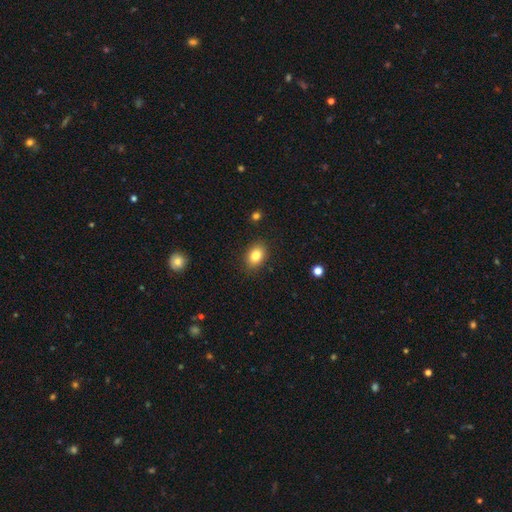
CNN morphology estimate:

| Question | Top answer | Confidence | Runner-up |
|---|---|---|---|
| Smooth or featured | smooth | 82% | star or artifact (9%) |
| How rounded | in between | 73% | round (26%) |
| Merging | none | 88% | minor disturbance (9%) |